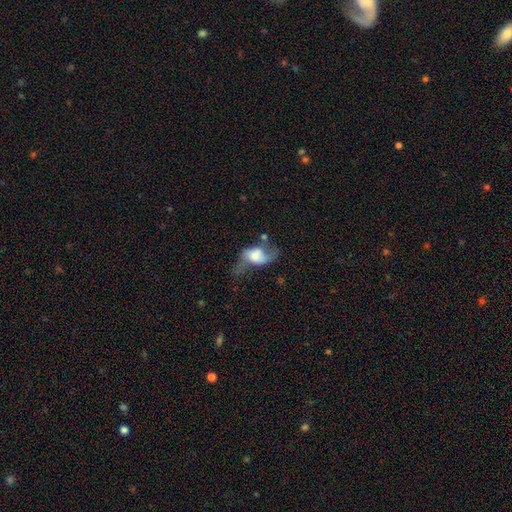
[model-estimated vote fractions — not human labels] A featured or disk galaxy (52%).

Vote fractions:
- Smooth or featured? featured or disk: 52% / smooth: 40% / star or artifact: 8%
- Edge-on disk? no: 92% / yes: 8%
- Merging? major disturbance: 36% / none: 30% / minor disturbance: 23% / merger: 11%